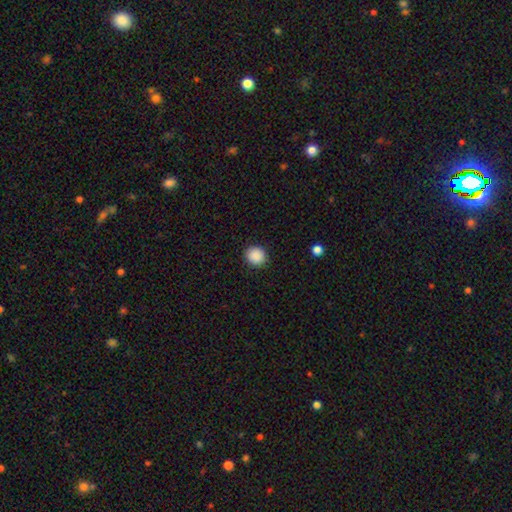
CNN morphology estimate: A smooth galaxy with no disk features (89%) that is round (91%). Merging: none (91%).